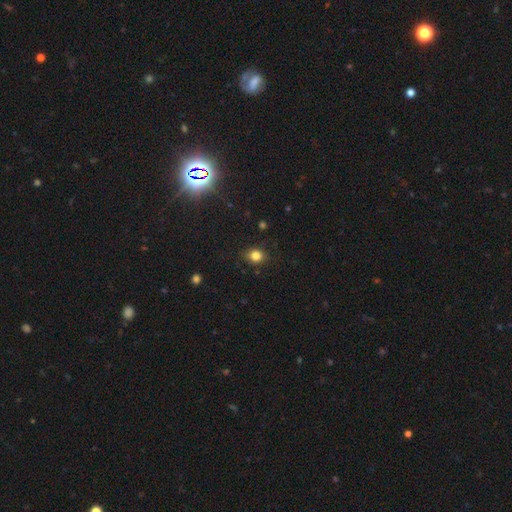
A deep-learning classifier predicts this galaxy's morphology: This is clearly a smooth galaxy (82%). How rounded: possibly round (60%). Merging: clearly none (84%).